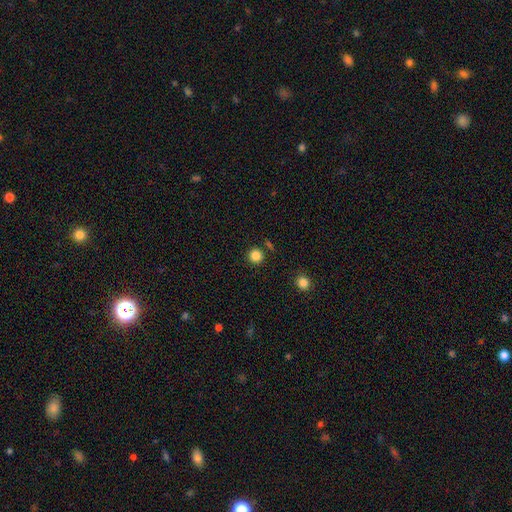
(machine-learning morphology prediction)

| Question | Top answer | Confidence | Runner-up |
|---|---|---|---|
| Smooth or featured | smooth | 84% | star or artifact (12%) |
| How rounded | round | 94% | in between (5%) |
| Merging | none | 87% | minor disturbance (6%) |